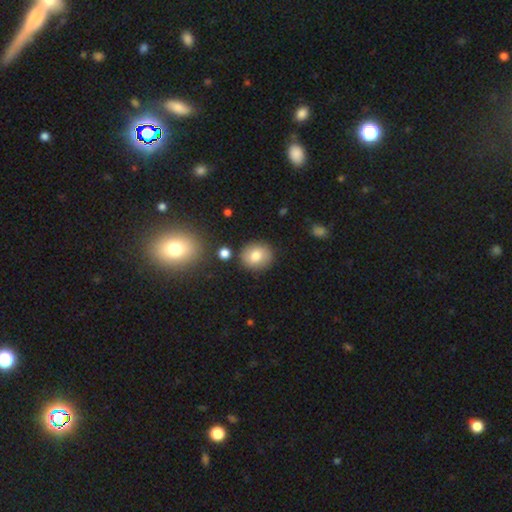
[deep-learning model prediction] This is likely a smooth galaxy (79%). How rounded: likely round (76%). Merging: clearly none (85%).